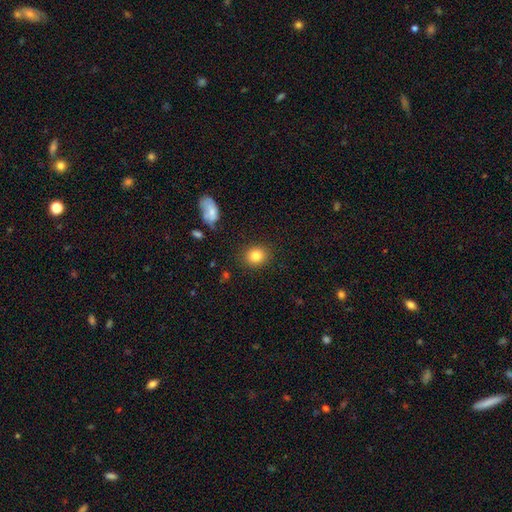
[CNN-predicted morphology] type=smooth (84%); roundness=round (72%); merging=none (88%).